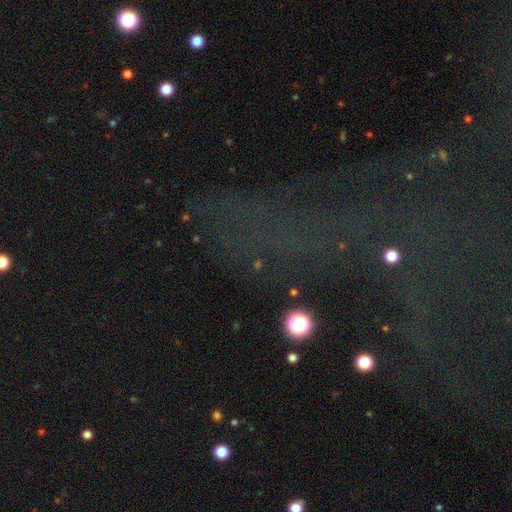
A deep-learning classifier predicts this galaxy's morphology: A star or artifact, not a galaxy (72%).

Vote fractions:
- Smooth or featured? star or artifact: 72% / smooth: 15% / featured or disk: 13%